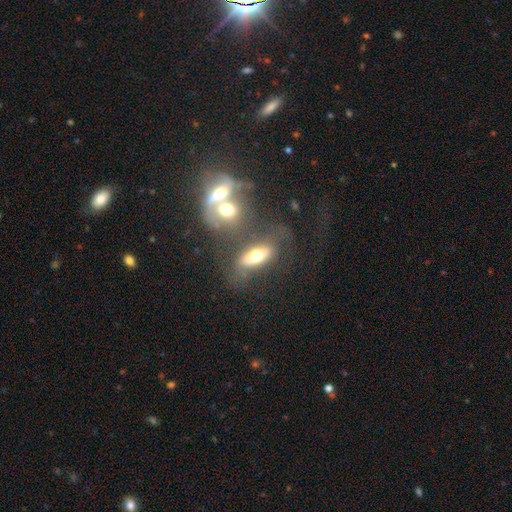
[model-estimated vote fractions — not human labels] smooth 60%, featured or disk 30%, star or artifact 9%. Down the decision tree: how rounded — in between (80%); merging — none (51%).